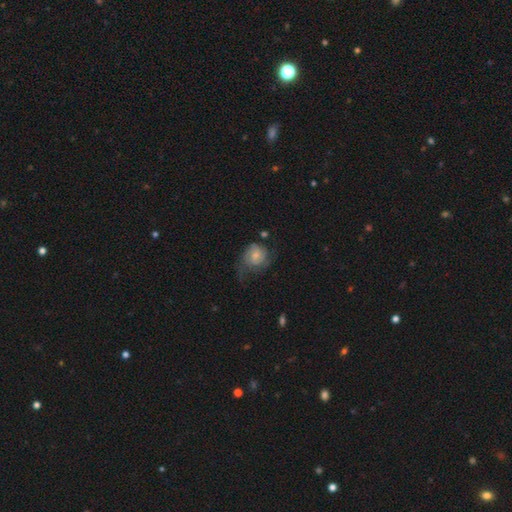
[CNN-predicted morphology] featured or disk 58%, smooth 34%, star or artifact 7%. Down the decision tree: edge-on disk — no (98%); bar — no (67%); spiral arms — yes (86%); bulge size — small (52%); merging — none (42%).